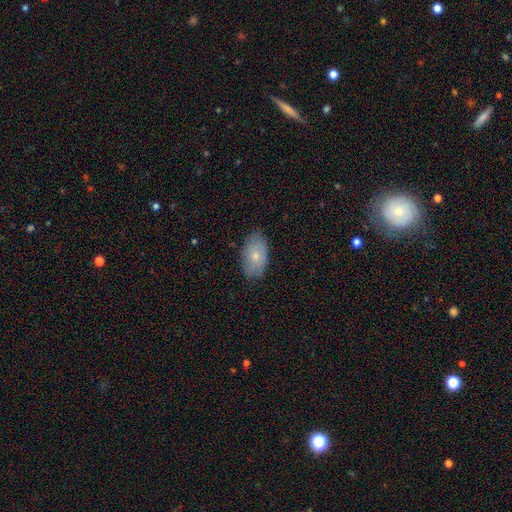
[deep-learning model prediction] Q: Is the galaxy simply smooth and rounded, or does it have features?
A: smooth — 72%.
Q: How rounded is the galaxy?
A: in between — 93%.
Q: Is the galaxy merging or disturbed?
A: none — 80%.